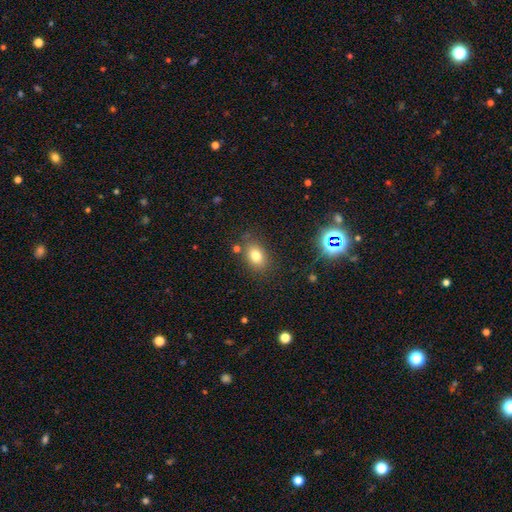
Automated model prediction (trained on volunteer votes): This is likely a smooth galaxy (76%). How rounded: likely in between (68%). Merging: likely none (78%).